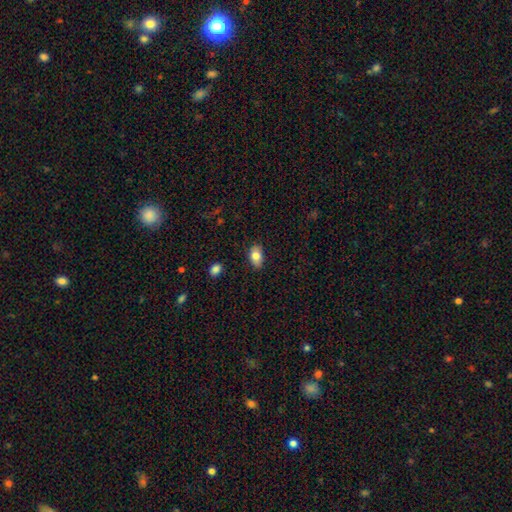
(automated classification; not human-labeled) Smooth or featured? smooth (80%)
How rounded? in between (90%)
Merging? none (81%)